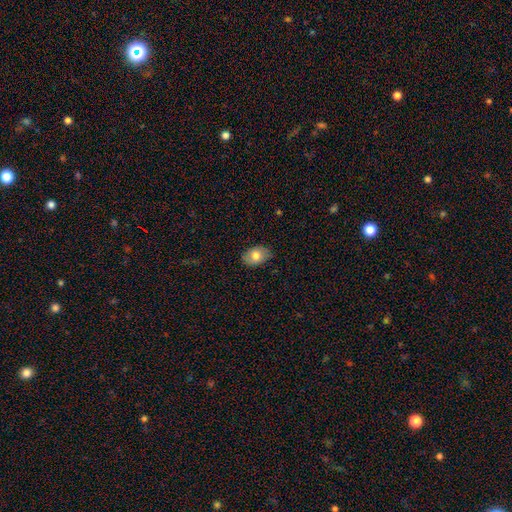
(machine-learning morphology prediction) type=smooth (77%); roundness=in between (80%); merging=none (82%).